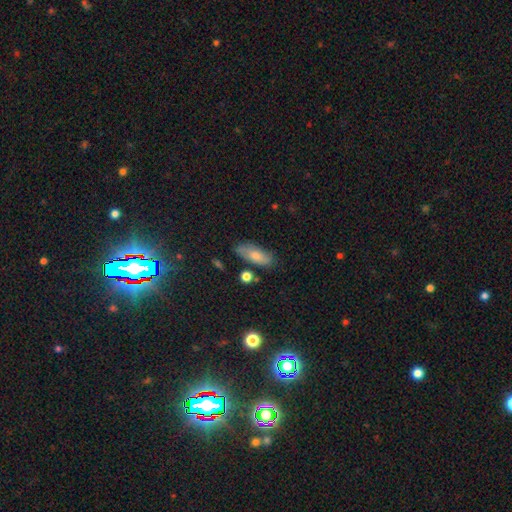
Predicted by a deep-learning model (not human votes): Q: Smooth or featured?
A: smooth (63%); runner-up: featured or disk (23%)
Q: How rounded?
A: in between (73%); runner-up: cigar-shaped (22%)
Q: Merging?
A: none (79%); runner-up: minor disturbance (15%)